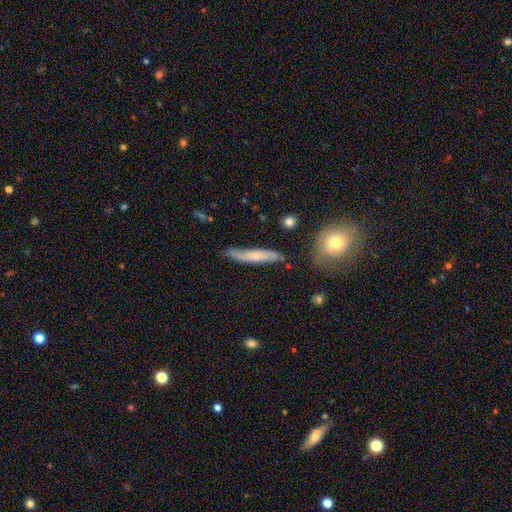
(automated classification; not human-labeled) Q: Smooth or featured?
A: smooth (53%); runner-up: featured or disk (40%)
Q: How rounded?
A: cigar-shaped (89%); runner-up: in between (9%)
Q: Merging?
A: none (68%); runner-up: minor disturbance (23%)